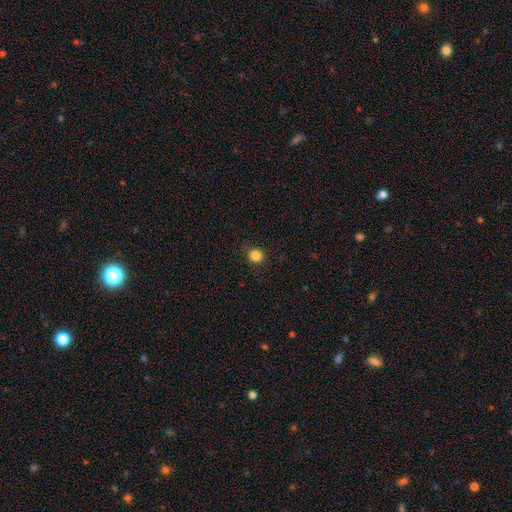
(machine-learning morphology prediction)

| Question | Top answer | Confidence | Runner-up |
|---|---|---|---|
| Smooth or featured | smooth | 85% | star or artifact (12%) |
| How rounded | round | 90% | in between (9%) |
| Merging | none | 90% | minor disturbance (7%) |